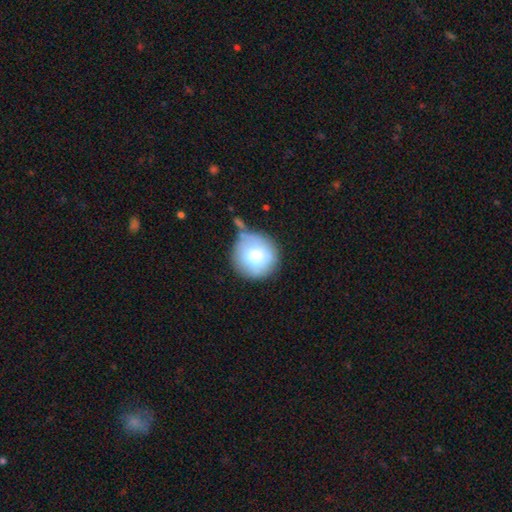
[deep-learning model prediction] Q: Smooth or featured?
A: smooth (75%); runner-up: featured or disk (18%)
Q: How rounded?
A: round (92%); runner-up: in between (6%)
Q: Merging?
A: none (57%); runner-up: minor disturbance (22%)